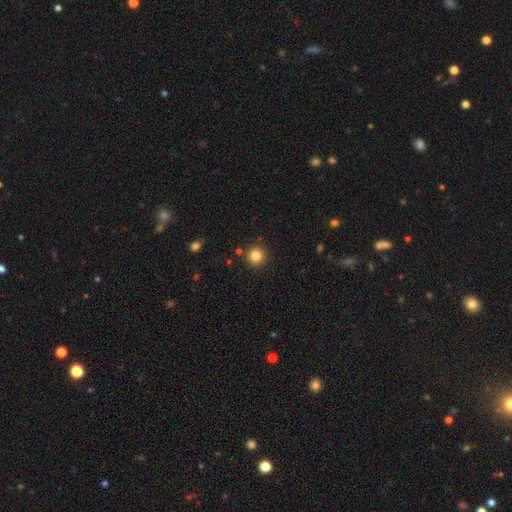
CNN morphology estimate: A smooth galaxy with no disk features (83%) that is round (95%). Merging: none (90%).